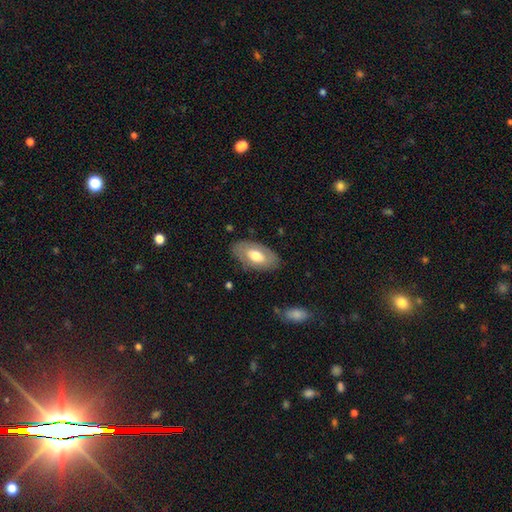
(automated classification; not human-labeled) Overall: smooth (55%; featured or disk 39%). How rounded: in between (93%). Merging: none (80%).